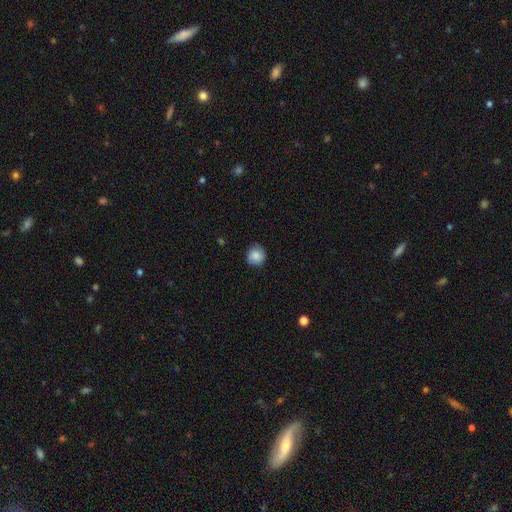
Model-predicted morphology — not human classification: Smooth or featured? Predicted: smooth (p=0.80). How rounded? Predicted: round (p=0.88). Merging? Predicted: none (p=0.79).